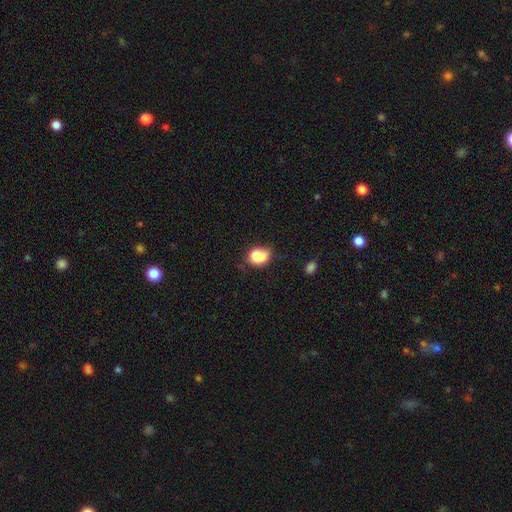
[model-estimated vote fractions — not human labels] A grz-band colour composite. It shows a smooth galaxy with no disk features (77%) that is in between round and cigar-shaped (60%). Merging: none (45%).